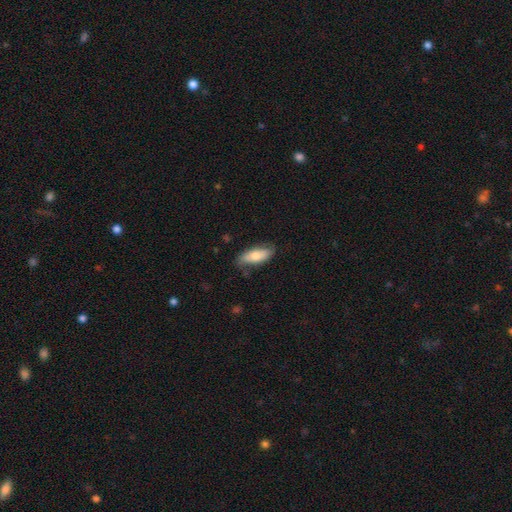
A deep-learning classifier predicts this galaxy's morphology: Q: Smooth or featured?
A: smooth (68%); runner-up: featured or disk (26%)
Q: How rounded?
A: in between (78%); runner-up: cigar-shaped (19%)
Q: Merging?
A: none (70%); runner-up: minor disturbance (24%)